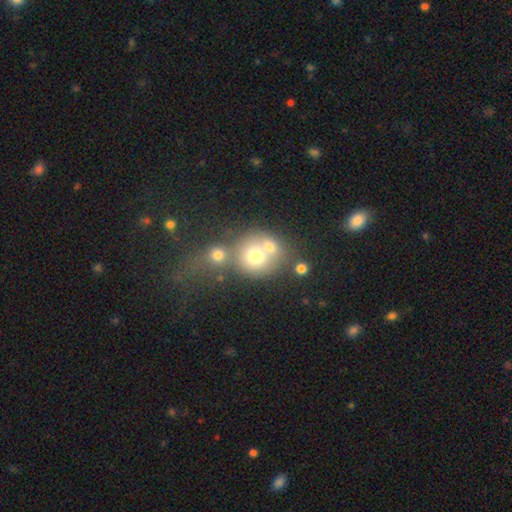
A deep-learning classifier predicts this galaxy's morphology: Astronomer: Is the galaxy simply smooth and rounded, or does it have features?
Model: smooth — 68%.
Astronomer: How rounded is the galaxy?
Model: round — 83%.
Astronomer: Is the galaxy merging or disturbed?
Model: merger — 49% (runner-up: none, 37%).